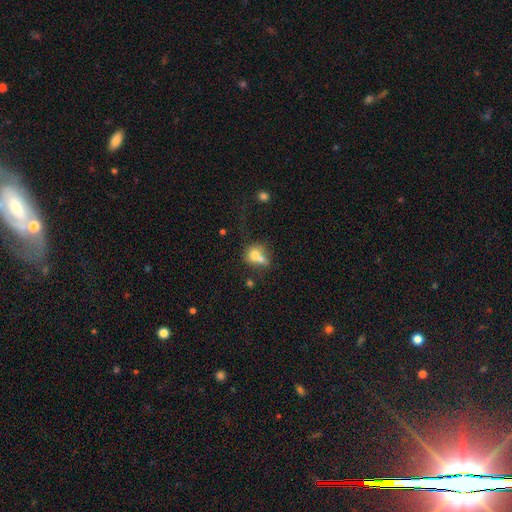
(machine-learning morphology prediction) type=smooth (70%); roundness=round (60%); merging=merger (49%).